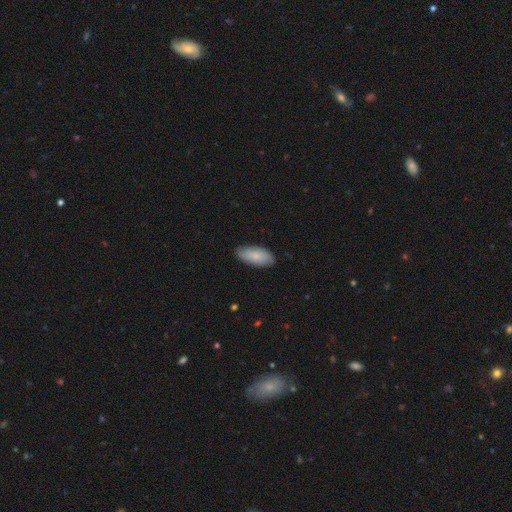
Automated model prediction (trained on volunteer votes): Smooth or featured? Predicted: smooth (p=0.80). How rounded? Predicted: in between (p=0.90). Merging? Predicted: none (p=0.83).